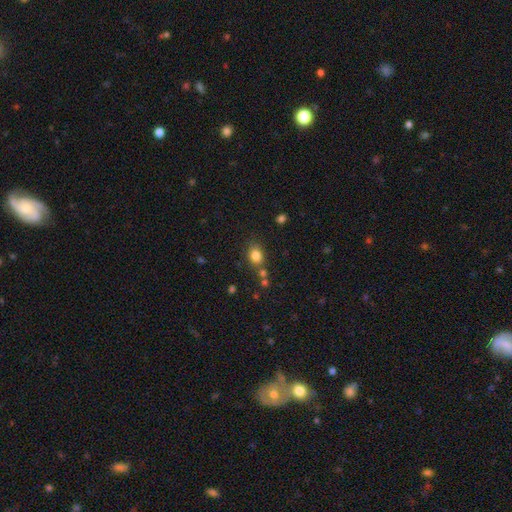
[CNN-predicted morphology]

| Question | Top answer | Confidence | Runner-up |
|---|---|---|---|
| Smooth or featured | smooth | 81% | star or artifact (12%) |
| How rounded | in between | 54% | round (44%) |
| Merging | none | 70% | minor disturbance (14%) |